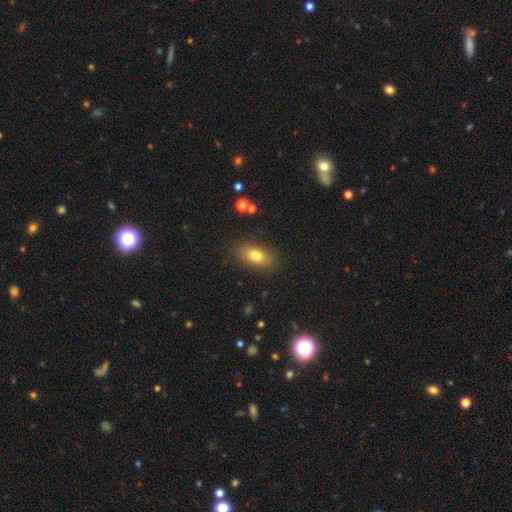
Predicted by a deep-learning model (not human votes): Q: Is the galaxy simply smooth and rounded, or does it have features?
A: smooth — 78%.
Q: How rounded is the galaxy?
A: in between — 85%.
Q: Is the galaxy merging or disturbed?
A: none — 84%.